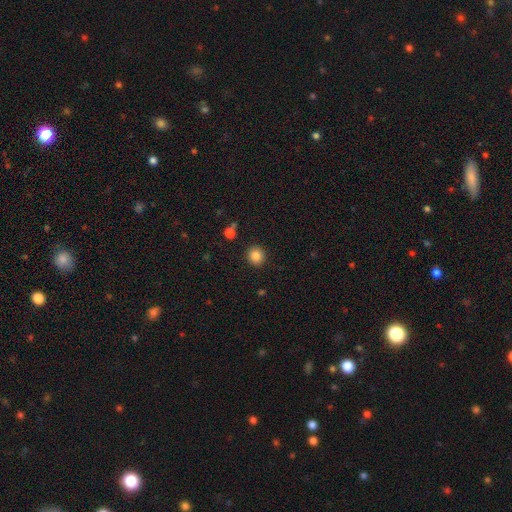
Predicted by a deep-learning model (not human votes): smooth-or-featured: smooth: 85% | star or artifact: 10% | featured or disk: 5%
  how-rounded: round: 87% | in between: 12% | cigar-shaped: 1%
  merging: none: 90% | minor disturbance: 6% | major disturbance: 2% | merger: 2%